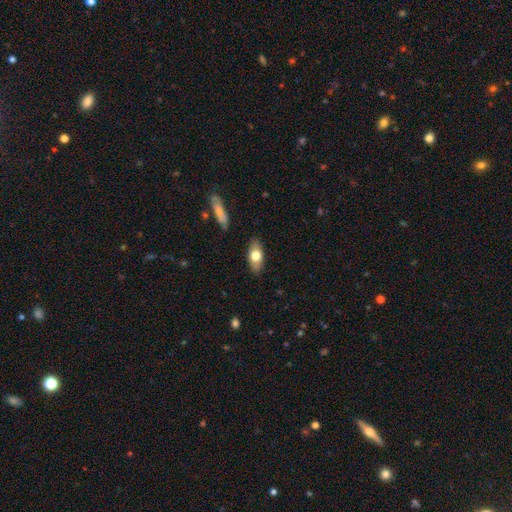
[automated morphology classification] Smooth or featured? Predicted: smooth (p=0.69). How rounded? Predicted: in between (p=0.85). Merging? Predicted: none (p=0.86).